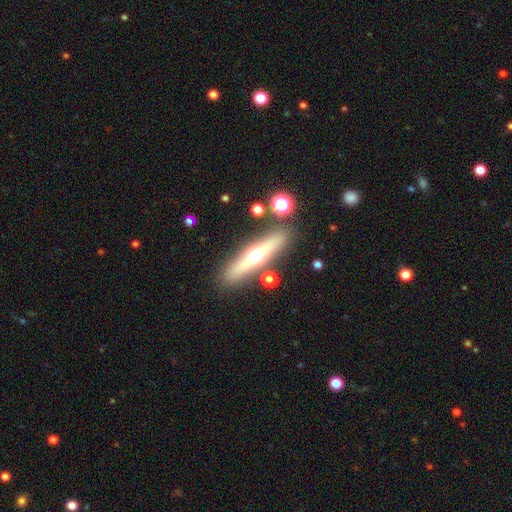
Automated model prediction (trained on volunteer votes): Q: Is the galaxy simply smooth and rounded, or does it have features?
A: featured or disk — 56%.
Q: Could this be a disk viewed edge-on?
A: yes — 90%.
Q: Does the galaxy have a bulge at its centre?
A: rounded — 94%.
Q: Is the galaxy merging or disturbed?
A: none — 85%.